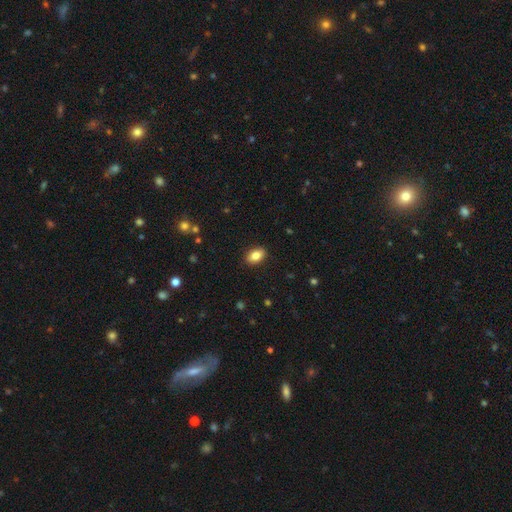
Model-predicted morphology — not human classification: A smooth galaxy with no disk features (84%) that is in between round and cigar-shaped (89%). Merging: none (89%).